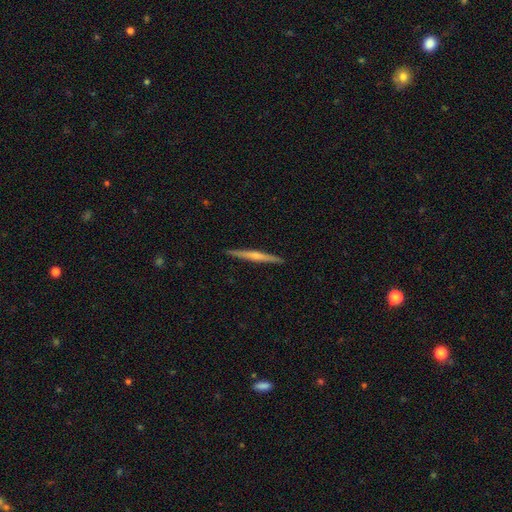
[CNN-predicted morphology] A featured or disk galaxy (60%) viewed edge-on (98%) with a rounded central bulge (57%). Merging: none (92%).